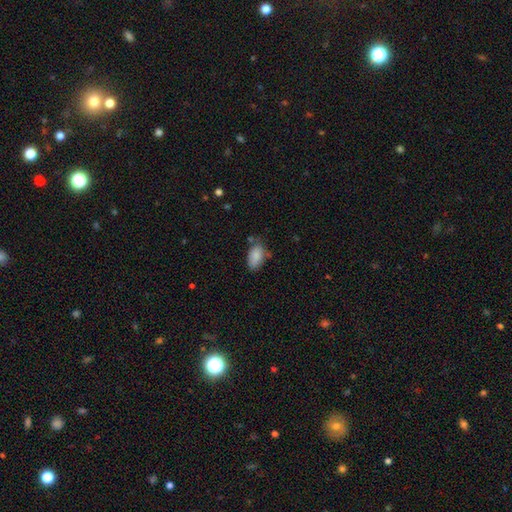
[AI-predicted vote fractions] Smooth or featured: smooth — 86% (star or artifact — 7%)
How rounded: in between — 92% (round — 6%)
Merging: none — 62% (minor disturbance — 26%)